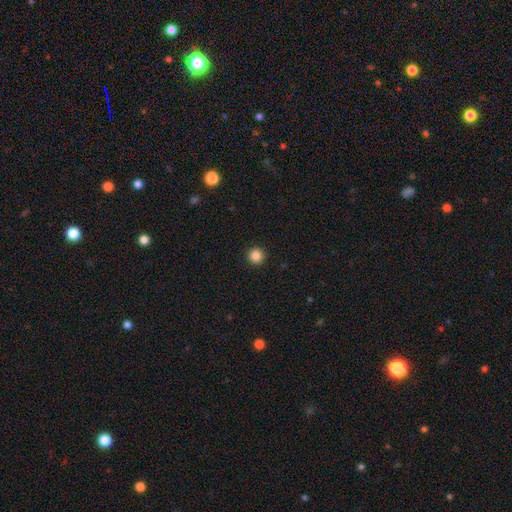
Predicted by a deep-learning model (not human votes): Smooth or featured?
  - smooth: 86% *
  - star or artifact: 11%
  - featured or disk: 3%
How rounded?
  - round: 96% *
  - in between: 3%
  - cigar-shaped: 1%
Merging?
  - none: 93% *
  - minor disturbance: 4%
  - major disturbance: 2%
  - merger: 1%